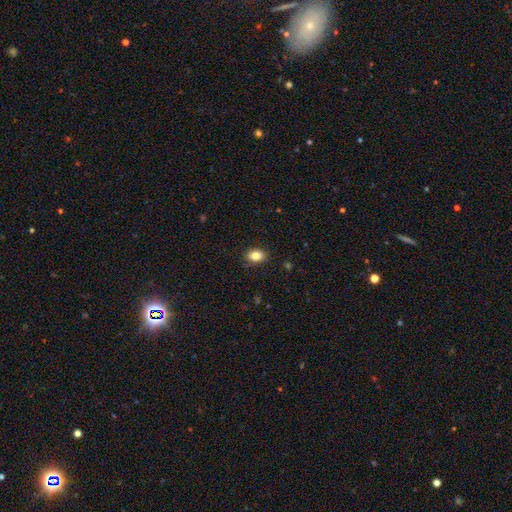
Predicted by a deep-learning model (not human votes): smooth 84%, star or artifact 9%, featured or disk 7%. Down the decision tree: how rounded — in between (77%); merging — none (86%).